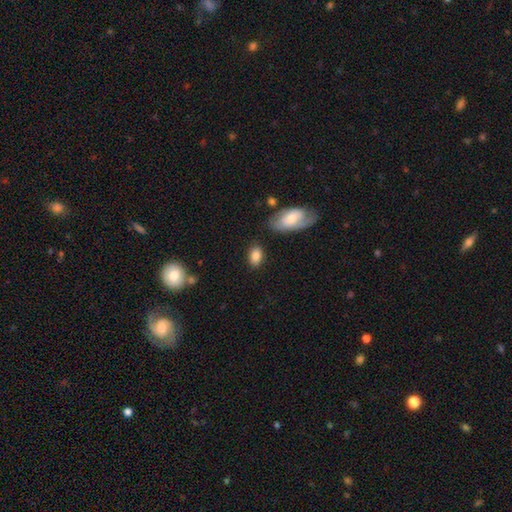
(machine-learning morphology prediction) This is clearly a smooth galaxy (83%). How rounded: clearly in between (88%). Merging: likely none (79%).